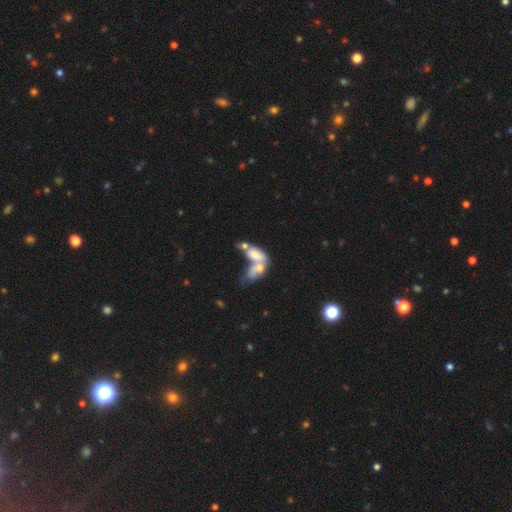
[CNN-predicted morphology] This appears to be a smooth galaxy with no disk features (58%) that is in between round and cigar-shaped (86%). Merging: merger (73%).